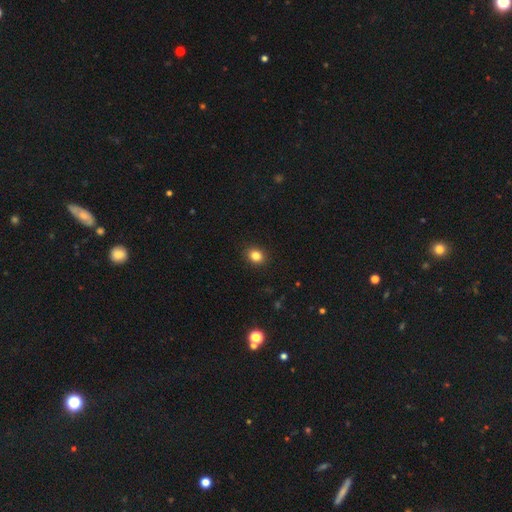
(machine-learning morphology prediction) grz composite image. It shows a smooth galaxy with no disk features (83%) that is round (66%). Merging: none (91%).